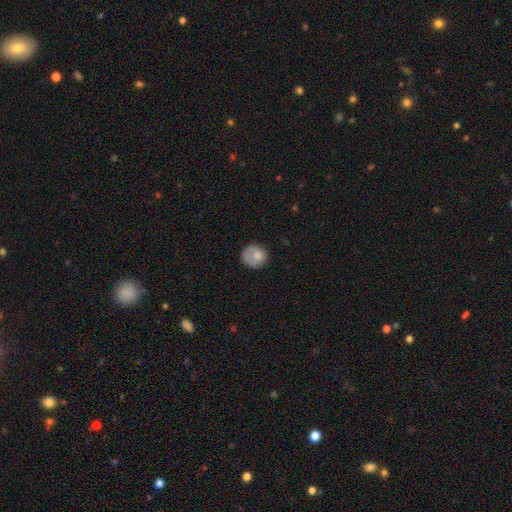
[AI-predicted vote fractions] Morphology: type=smooth (76%); roundness=round (85%); merging=none (65%).